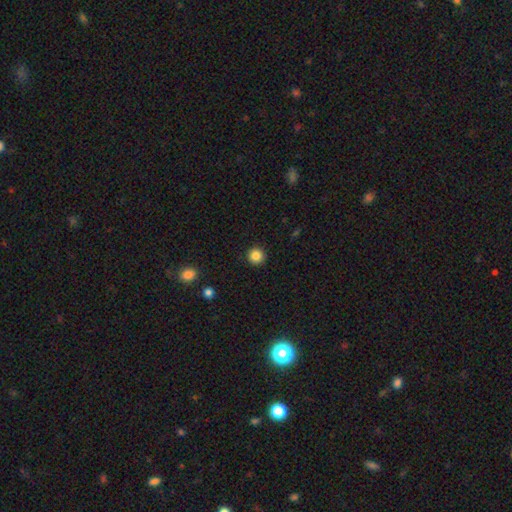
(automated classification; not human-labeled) Smooth or featured?
  - smooth: 86% *
  - star or artifact: 11%
  - featured or disk: 4%
How rounded?
  - round: 95% *
  - in between: 4%
  - cigar-shaped: 1%
Merging?
  - none: 93% *
  - minor disturbance: 5%
  - major disturbance: 2%
  - merger: 1%